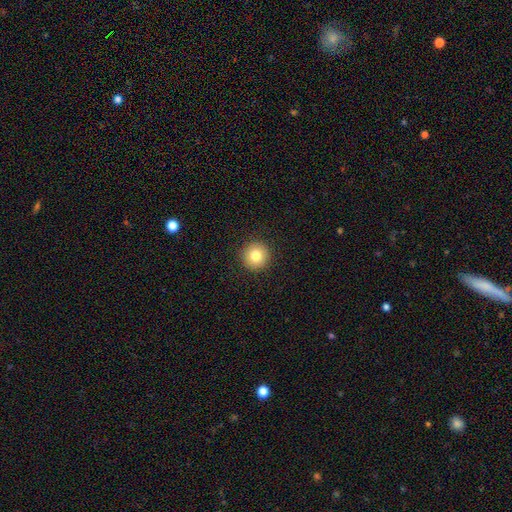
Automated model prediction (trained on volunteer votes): A smooth galaxy with no disk features (82%) that is round (95%).

Vote fractions:
- Smooth or featured? smooth: 82% / star or artifact: 10% / featured or disk: 8%
- How rounded? round: 95% / in between: 4% / cigar-shaped: 1%
- Merging? none: 93% / minor disturbance: 5% / major disturbance: 2% / merger: 1%